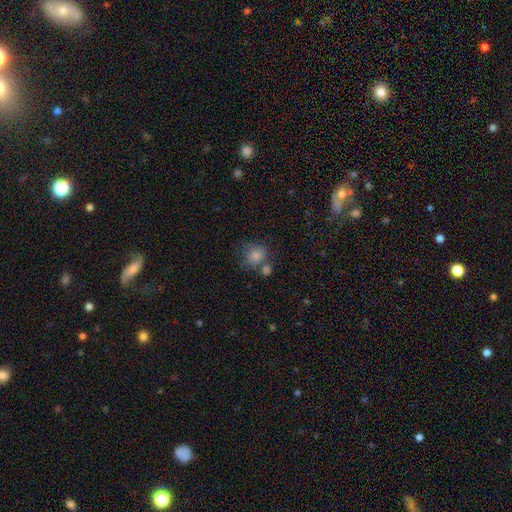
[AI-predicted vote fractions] Morphology: type=smooth (82%); roundness=round (75%); merging=none (54%).